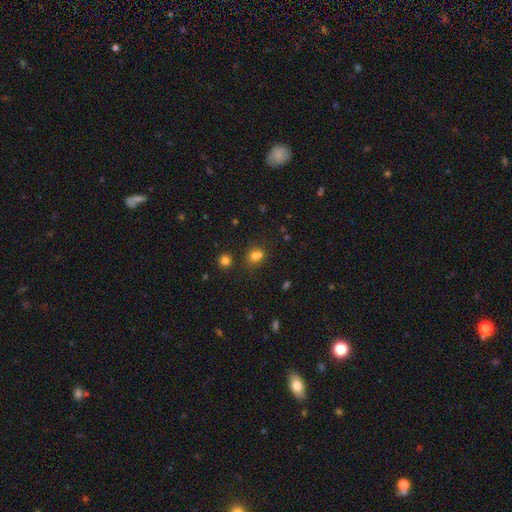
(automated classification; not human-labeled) This appears to be a smooth galaxy with no disk features (75%) that is in between round and cigar-shaped (54%). Merging: none (52%).